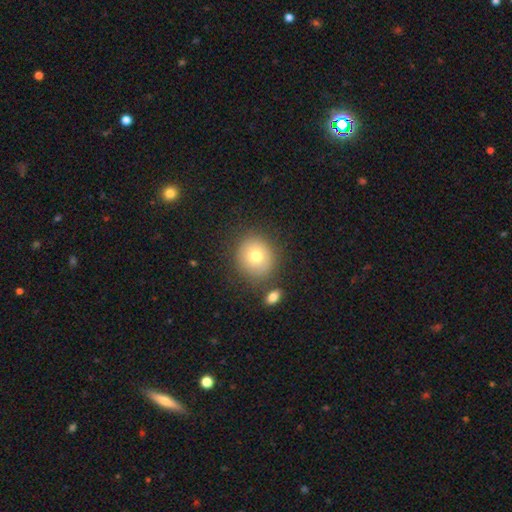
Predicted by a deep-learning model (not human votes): smooth 74%, featured or disk 15%, star or artifact 11%. Down the decision tree: how rounded — round (85%); merging — none (79%).